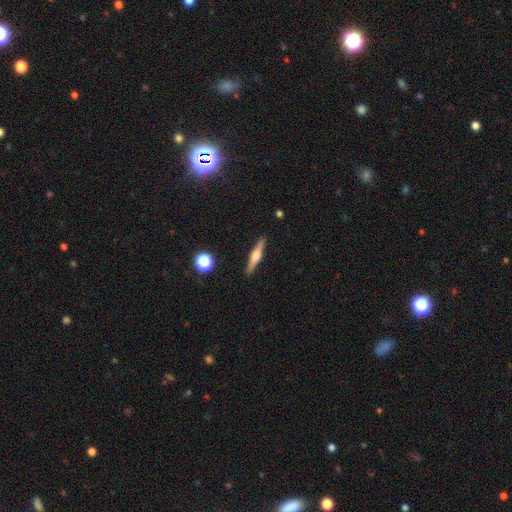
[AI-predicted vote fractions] Overall: featured or disk (67%). Edge-on disk: yes (98%). Edge-on bulge: rounded (88%). Merging: none (91%).